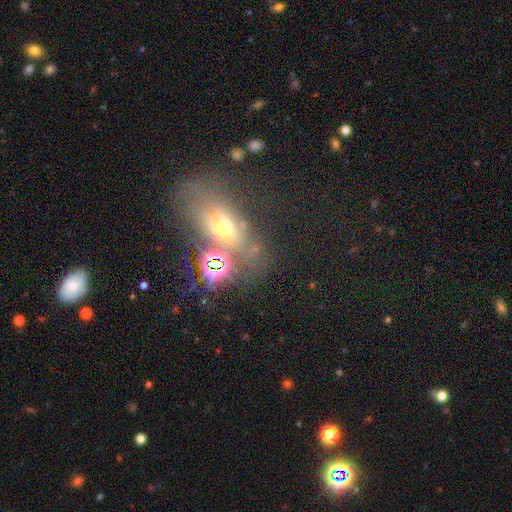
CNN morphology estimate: Q: Smooth or featured?
A: smooth (41%); runner-up: featured or disk (37%)
Q: Merging?
A: none (36%); runner-up: merger (32%)